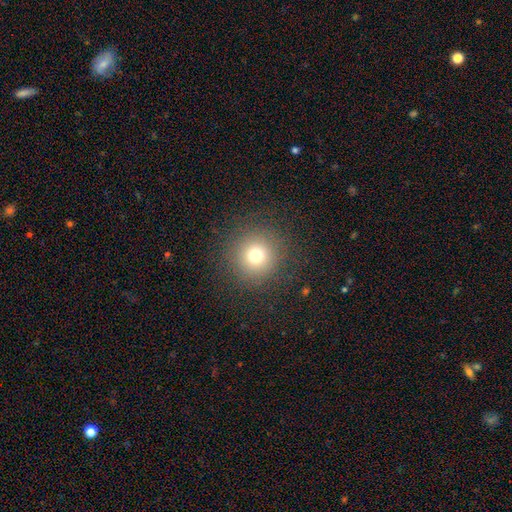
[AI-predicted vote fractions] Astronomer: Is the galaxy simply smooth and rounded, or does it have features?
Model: smooth — 73%.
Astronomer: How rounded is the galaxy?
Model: round — 95%.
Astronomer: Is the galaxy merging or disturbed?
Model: none — 88%.